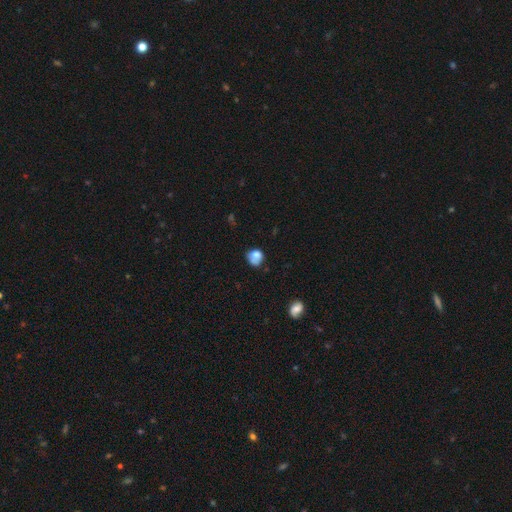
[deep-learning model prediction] smooth_or_featured: smooth (p=0.70) [alt: featured or disk p=0.19]
how_rounded: round (p=0.67) [alt: in between p=0.32]
merging: none (p=0.42) [alt: minor disturbance p=0.26]